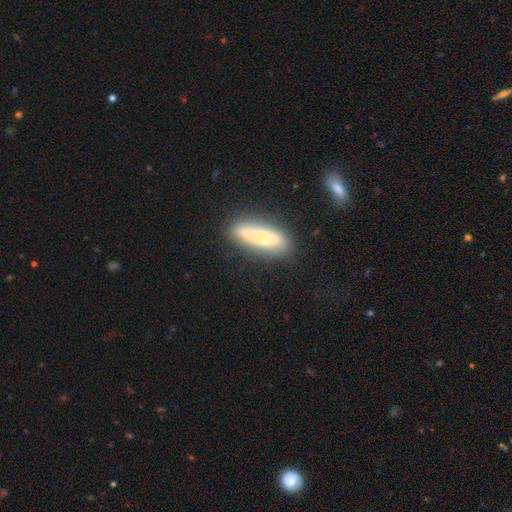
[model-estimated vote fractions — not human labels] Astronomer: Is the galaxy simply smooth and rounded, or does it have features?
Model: smooth — 65%.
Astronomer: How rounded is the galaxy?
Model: cigar-shaped — 76%.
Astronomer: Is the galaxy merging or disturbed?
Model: none — 73%.